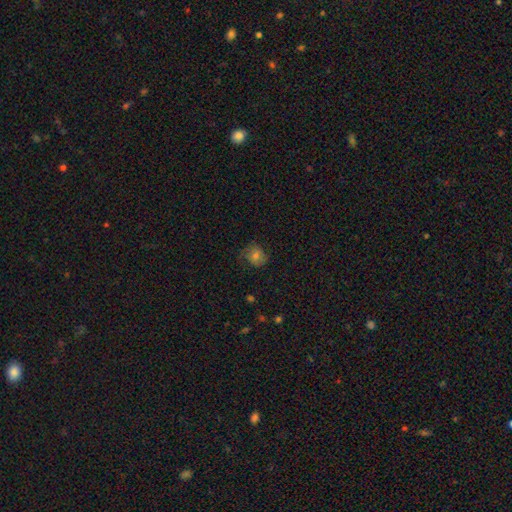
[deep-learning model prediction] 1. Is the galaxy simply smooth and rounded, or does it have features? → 59% smooth, 28% featured or disk, 13% star or artifact.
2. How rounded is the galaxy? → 73% round, 26% in between, 1% cigar-shaped.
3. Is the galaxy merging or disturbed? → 67% none, 22% minor disturbance, 10% major disturbance, 1% merger.